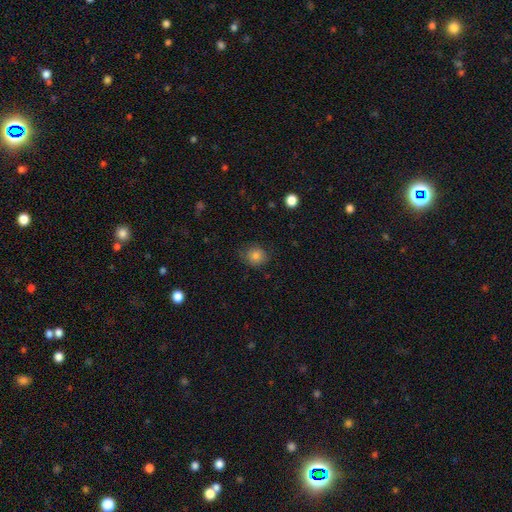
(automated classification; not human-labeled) smooth_or_featured: smooth (p=0.81) [alt: star or artifact p=0.11]
how_rounded: round (p=0.80) [alt: in between p=0.19]
merging: none (p=0.76) [alt: minor disturbance p=0.18]